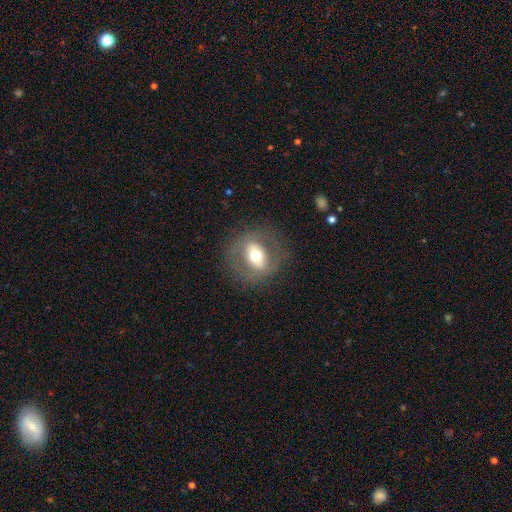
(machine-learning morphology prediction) smooth_or_featured: smooth (p=0.46) [alt: featured or disk p=0.45]
merging: none (p=0.79) [alt: minor disturbance p=0.12]